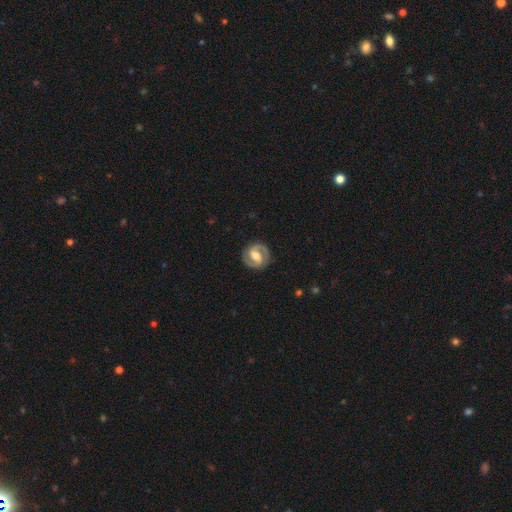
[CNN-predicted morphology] A featured or disk galaxy (86%) with a weak bar (47%), 2 (93%) medium (49%) spiral arms (95%) and a moderate central bulge (63%).

Vote fractions:
- Smooth or featured? featured or disk: 86% / smooth: 10% / star or artifact: 4%
- Edge-on disk? no: 98% / yes: 2%
- Bar? weak: 47% / strong: 35% / no: 18%
- Spiral arms? yes: 95% / no: 5%
- Spiral winding? medium: 49% / tight: 40% / loose: 11%
- Spiral arm count? 2: 93% / can't tell: 3% / 1: 2% / 3: 1% / 4: 1% / more than 4: 1%
- Bulge size? moderate: 63% / small: 17% / large: 16% / none: 3% / dominant: 1%
- Merging? none: 87% / minor disturbance: 9% / major disturbance: 3% / merger: 1%